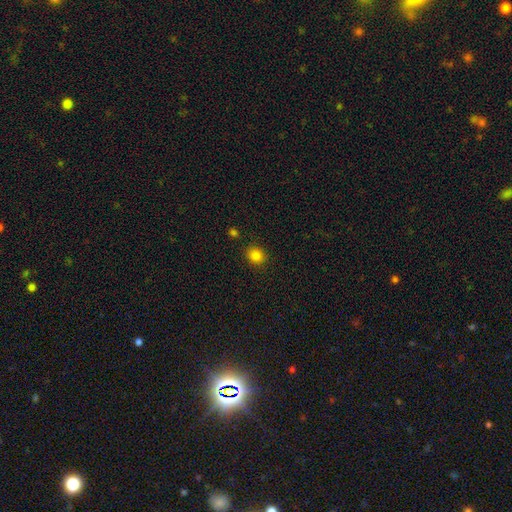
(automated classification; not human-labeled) This is clearly a smooth galaxy (83%). How rounded: likely round (70%). Merging: clearly none (88%).